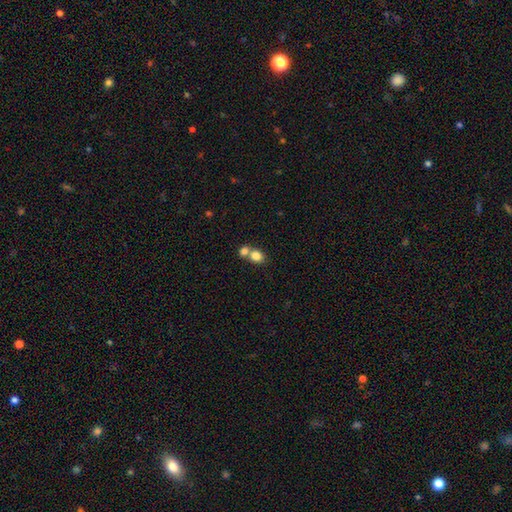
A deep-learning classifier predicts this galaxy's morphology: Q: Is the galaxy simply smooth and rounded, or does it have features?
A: smooth — 81%.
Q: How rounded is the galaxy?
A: round — 64%.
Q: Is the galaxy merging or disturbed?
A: merger — 55%.